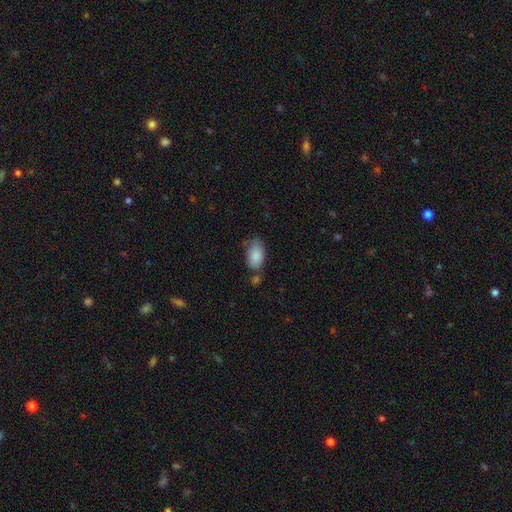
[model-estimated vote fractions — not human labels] Overall: smooth (88%). How rounded: in between (92%). Merging: none (56%; minor disturbance 27%).